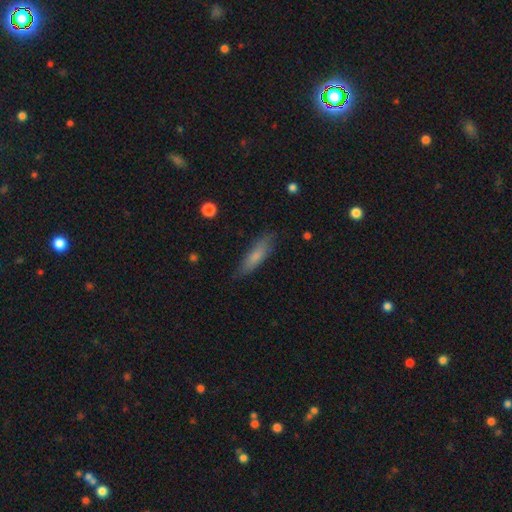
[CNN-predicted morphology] smooth 76%, featured or disk 18%, star or artifact 7%. Down the decision tree: how rounded — cigar-shaped (67%); merging — none (80%).